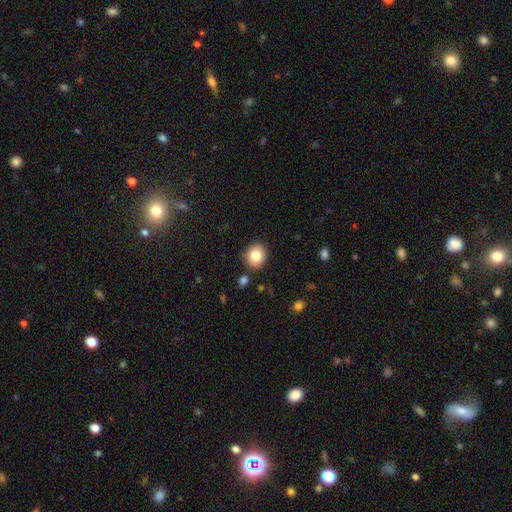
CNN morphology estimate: Smooth or featured: smooth — 80% (featured or disk — 10%)
How rounded: round — 76% (in between — 23%)
Merging: none — 87% (minor disturbance — 8%)